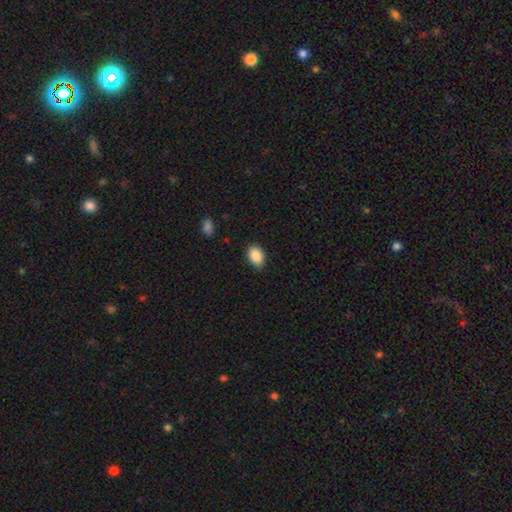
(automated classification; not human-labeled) This is clearly a smooth galaxy (88%). How rounded: likely in between (78%). Merging: clearly none (80%).